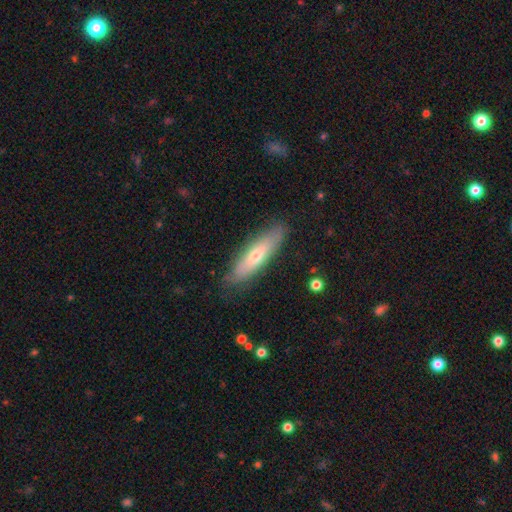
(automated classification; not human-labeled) A smooth galaxy with no disk features (56%) that is cigar-shaped (68%). Merging: none (83%).